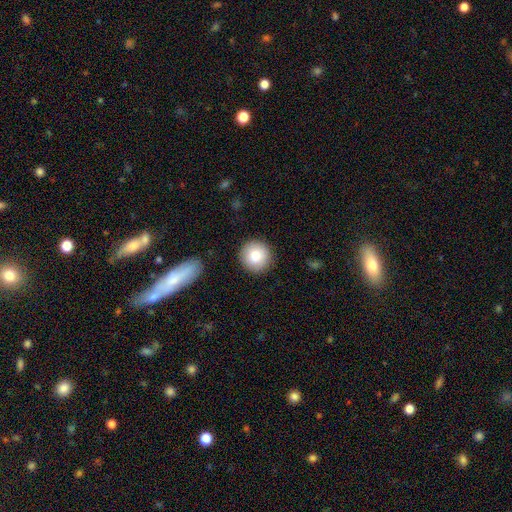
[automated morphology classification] Smooth or featured: smooth — 83% (featured or disk — 9%)
How rounded: round — 94% (in between — 5%)
Merging: none — 90% (minor disturbance — 7%)